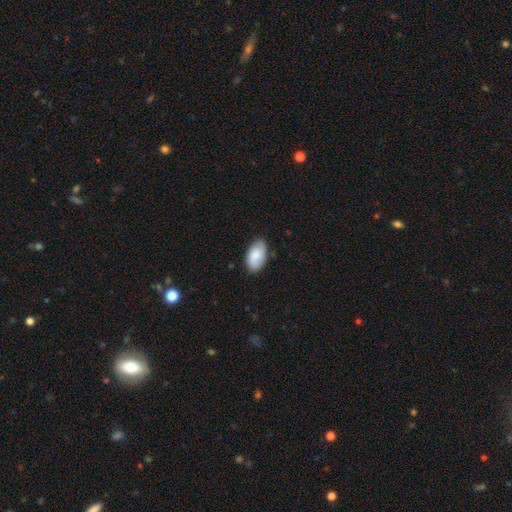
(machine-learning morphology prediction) A smooth galaxy with no disk features (82%) that is in between round and cigar-shaped (95%). Merging: none (81%).